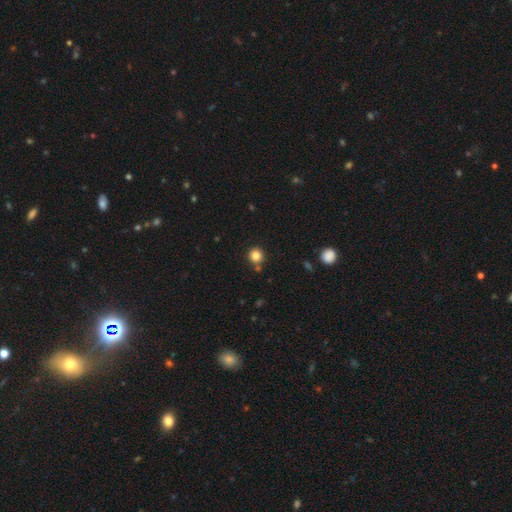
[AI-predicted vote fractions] smooth 83%, star or artifact 12%, featured or disk 5%. Down the decision tree: how rounded — round (93%); merging — none (81%).